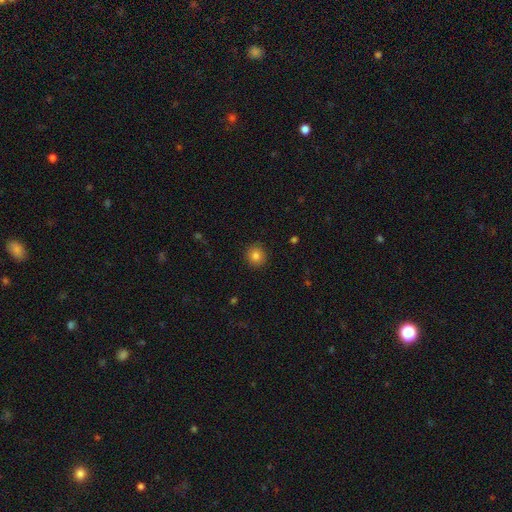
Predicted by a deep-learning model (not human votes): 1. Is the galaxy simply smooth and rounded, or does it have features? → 83% smooth, 11% star or artifact, 7% featured or disk.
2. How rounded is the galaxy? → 89% round, 10% in between, 1% cigar-shaped.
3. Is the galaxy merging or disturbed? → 91% none, 6% minor disturbance, 2% major disturbance, 1% merger.